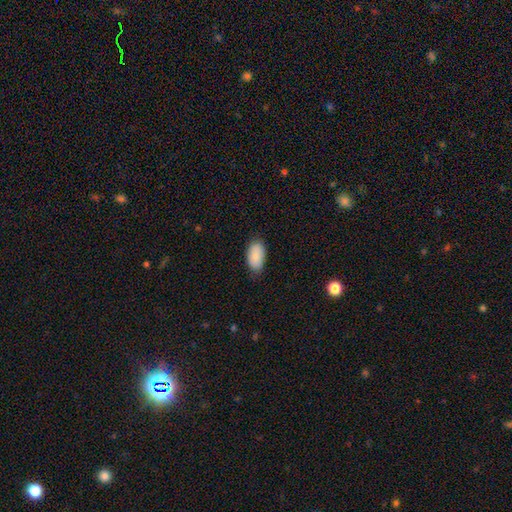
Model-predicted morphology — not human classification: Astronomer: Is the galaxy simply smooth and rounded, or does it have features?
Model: smooth — 86%.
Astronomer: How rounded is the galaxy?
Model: in between — 95%.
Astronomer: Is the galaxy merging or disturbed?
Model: none — 80%.